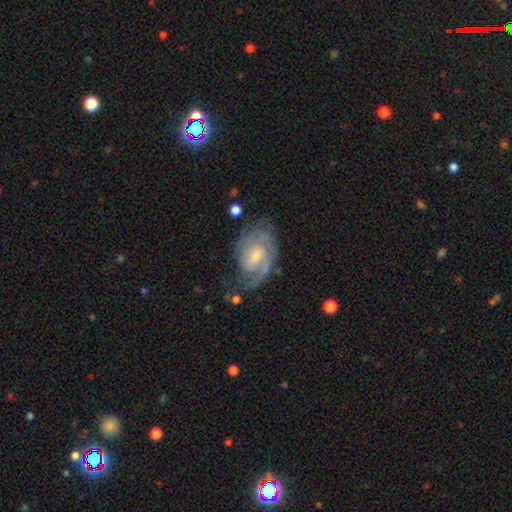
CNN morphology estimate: Overall: featured or disk (84%). Edge-on disk: no (97%). Bar: weak (54%; no 35%). Spiral arms: yes (95%). Spiral arm count: 2 (49%; can't tell 21%). Spiral winding: tight (45%; medium 43%). Bulge size: small (57%; moderate 33%). Merging: none (63%).